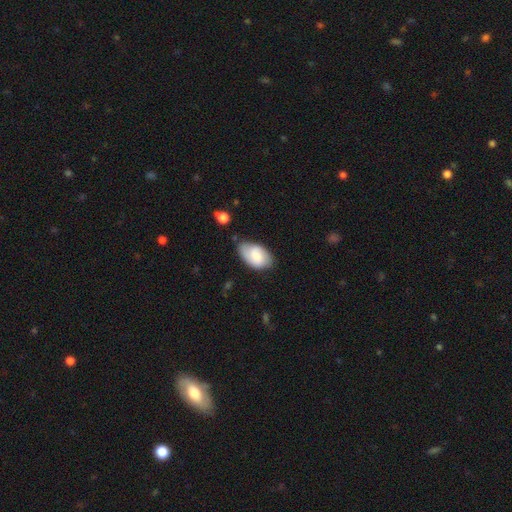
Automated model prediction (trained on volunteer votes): smooth-or-featured: smooth: 63% | featured or disk: 30% | star or artifact: 7%
  how-rounded: in between: 93% | round: 6% | cigar-shaped: 1%
  merging: none: 62% | minor disturbance: 29% | major disturbance: 6% | merger: 4%